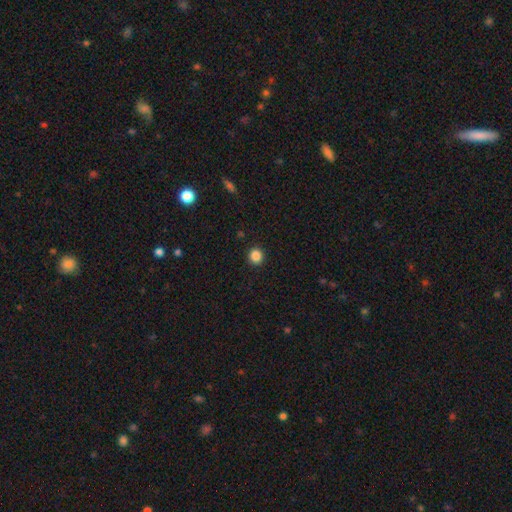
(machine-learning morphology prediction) smooth_or_featured: smooth (p=0.86) [alt: star or artifact p=0.11]
how_rounded: round (p=0.92) [alt: in between p=0.08]
merging: none (p=0.92) [alt: minor disturbance p=0.05]